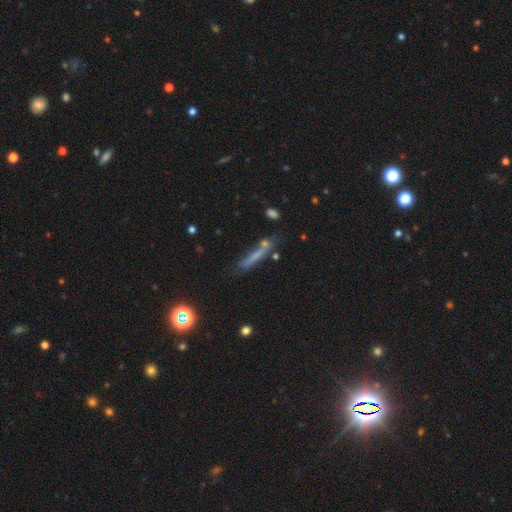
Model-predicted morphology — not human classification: Q: Smooth or featured?
A: smooth (58%); runner-up: featured or disk (29%)
Q: How rounded?
A: cigar-shaped (90%); runner-up: in between (7%)
Q: Merging?
A: none (63%); runner-up: minor disturbance (19%)